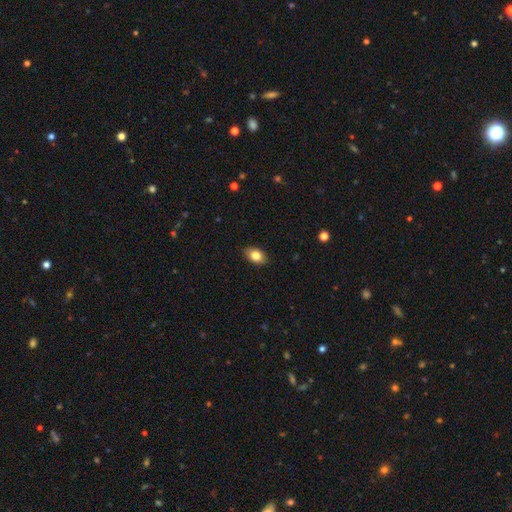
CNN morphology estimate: A smooth galaxy with no disk features (83%) that is in between round and cigar-shaped (85%). Merging: none (88%).